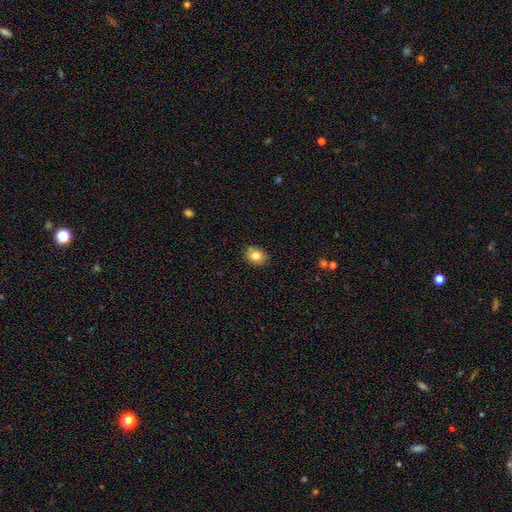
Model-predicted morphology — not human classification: This is clearly a smooth galaxy (81%). How rounded: possibly round (52%). Merging: clearly none (89%).